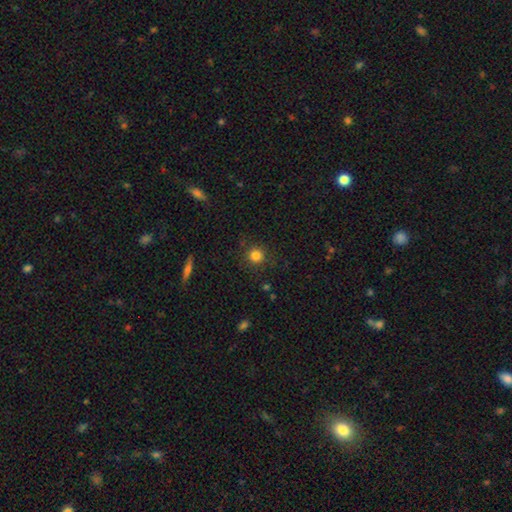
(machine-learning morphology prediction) type=smooth (82%); roundness=round (93%); merging=none (88%).